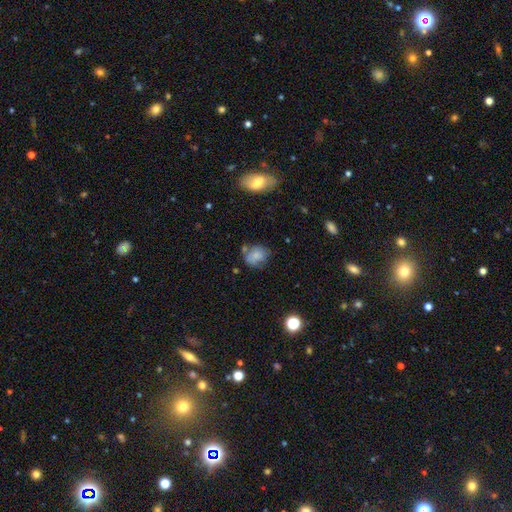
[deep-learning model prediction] Smooth or featured?
  - smooth: 72% *
  - featured or disk: 17%
  - star or artifact: 11%
How rounded?
  - round: 55% *
  - in between: 44%
  - cigar-shaped: 1%
Merging?
  - none: 51% *
  - minor disturbance: 27%
  - merger: 11%
  - major disturbance: 10%